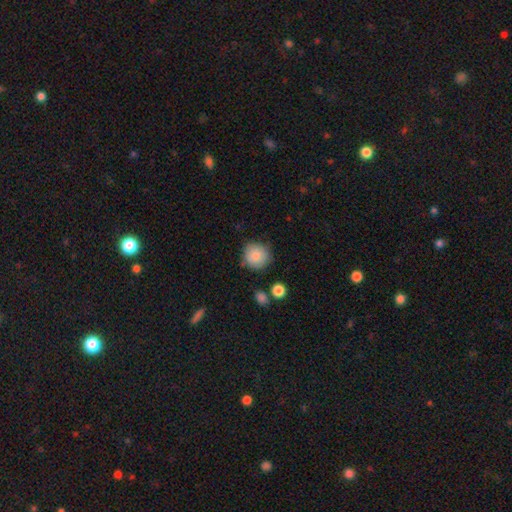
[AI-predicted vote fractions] This appears to be a smooth galaxy with no disk features (84%) that is round (91%). Merging: none (78%).